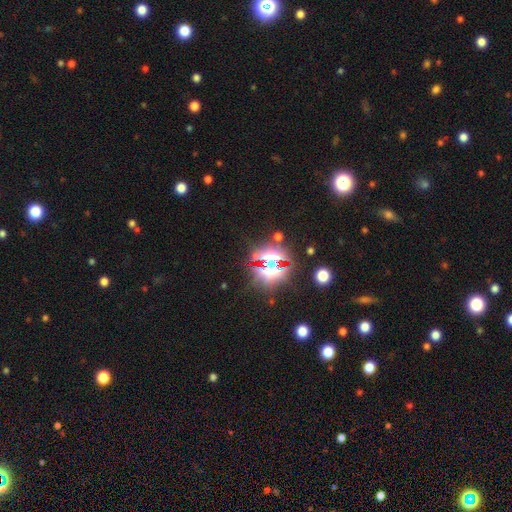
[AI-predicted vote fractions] Smooth or featured: star or artifact — 76% (smooth — 15%)